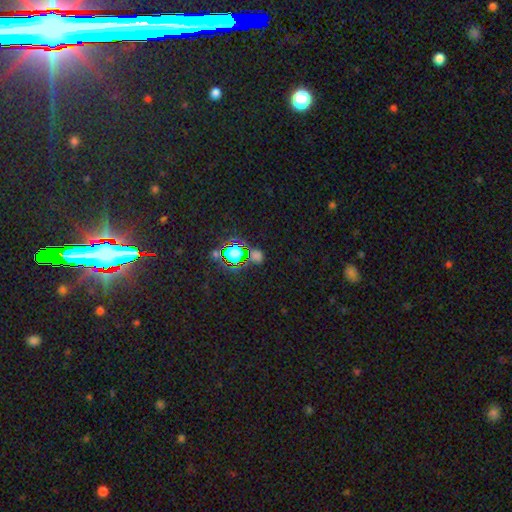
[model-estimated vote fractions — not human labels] Smooth or featured?
  - star or artifact: 57% *
  - smooth: 34%
  - featured or disk: 9%